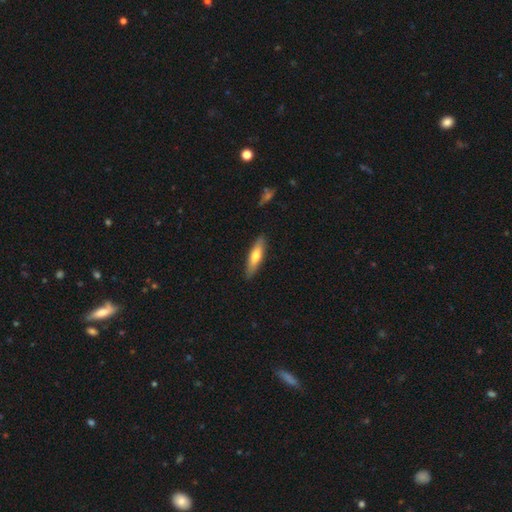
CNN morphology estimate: smooth-or-featured: smooth: 63% | featured or disk: 31% | star or artifact: 6%
  how-rounded: cigar-shaped: 71% | in between: 28% | round: 2%
  merging: none: 88% | minor disturbance: 9% | major disturbance: 2% | merger: 1%